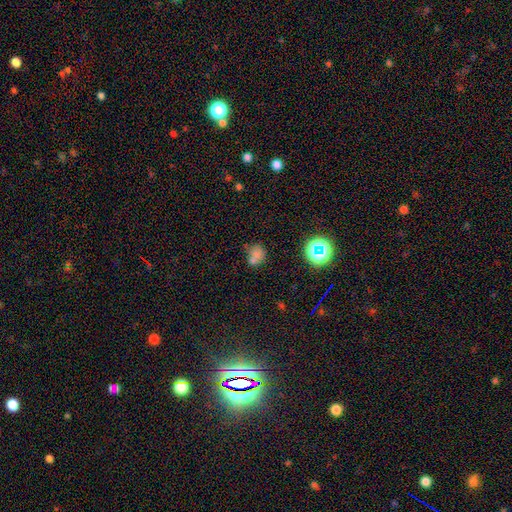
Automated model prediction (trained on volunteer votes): Q: Smooth or featured?
A: smooth (68%); runner-up: star or artifact (21%)
Q: How rounded?
A: round (66%); runner-up: in between (33%)
Q: Merging?
A: none (52%); runner-up: merger (27%)